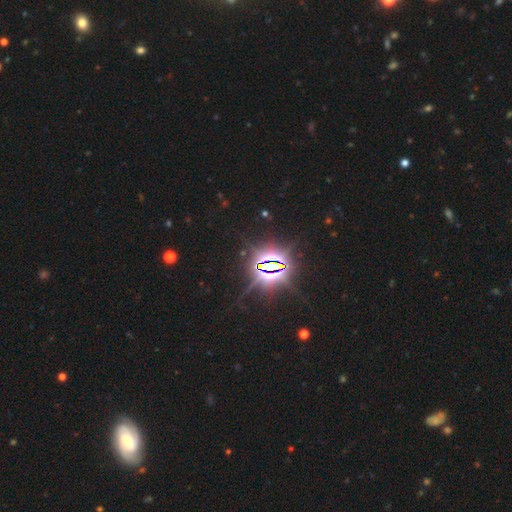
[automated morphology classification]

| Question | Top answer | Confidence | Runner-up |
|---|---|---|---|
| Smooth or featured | star or artifact | 86% | smooth (8%) |